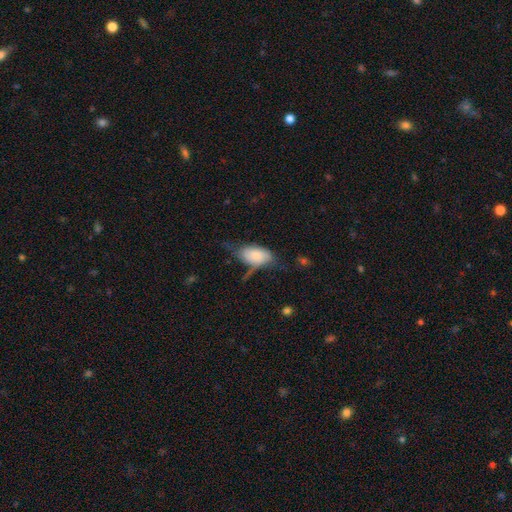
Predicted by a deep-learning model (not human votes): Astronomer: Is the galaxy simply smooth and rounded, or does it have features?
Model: smooth — 69%.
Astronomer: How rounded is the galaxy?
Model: in between — 93%.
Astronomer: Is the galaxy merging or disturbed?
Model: minor disturbance — 35% (runner-up: none, 33%).